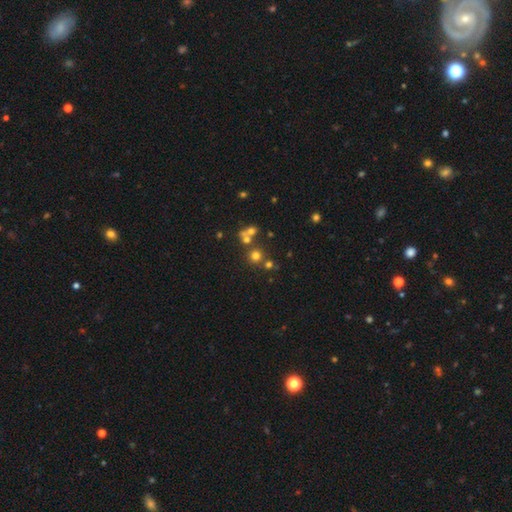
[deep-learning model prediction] This appears to be a smooth galaxy with no disk features (64%) that is round (90%). Merging: none (63%).